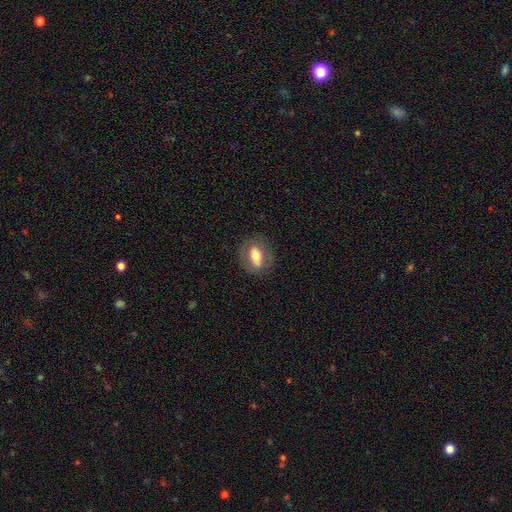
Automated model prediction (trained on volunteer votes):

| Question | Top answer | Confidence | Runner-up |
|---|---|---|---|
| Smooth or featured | smooth | 50% | featured or disk (42%) |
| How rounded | in between | 73% | round (20%) |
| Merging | none | 79% | minor disturbance (13%) |